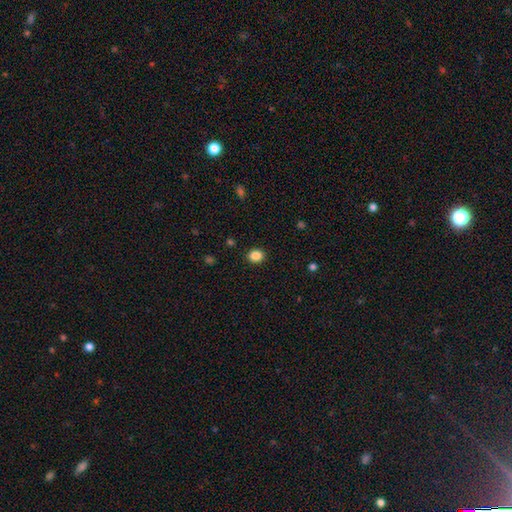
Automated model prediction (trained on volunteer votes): Overall: smooth (86%). How rounded: round (61%; in between 38%). Merging: none (90%).